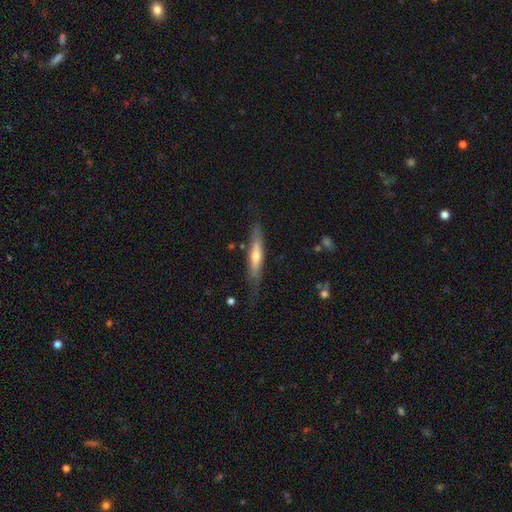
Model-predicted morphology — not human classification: A featured or disk galaxy (52%) viewed edge-on (81%). Merging: none (69%).